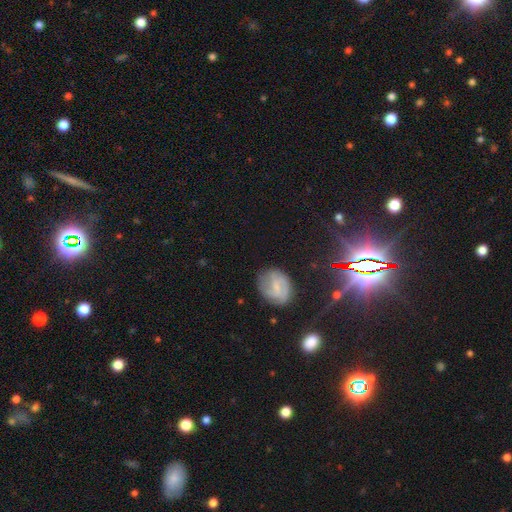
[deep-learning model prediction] Morphology: type=smooth (46%); merging=none (65%).